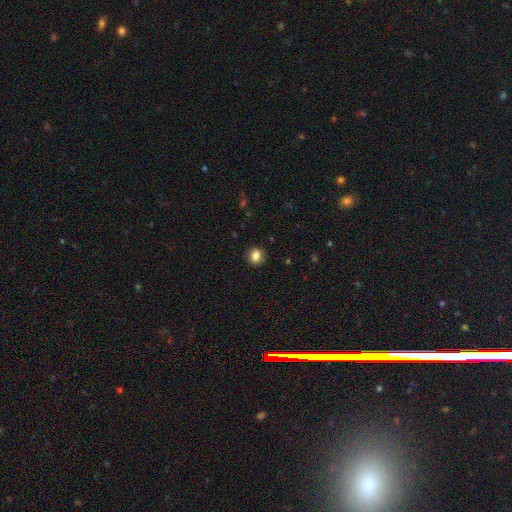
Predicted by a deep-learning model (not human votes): Q: Smooth or featured?
A: smooth (84%); runner-up: star or artifact (10%)
Q: How rounded?
A: round (74%); runner-up: in between (25%)
Q: Merging?
A: none (89%); runner-up: minor disturbance (8%)